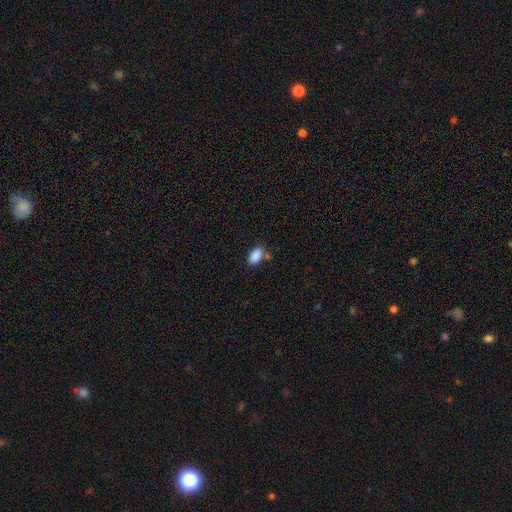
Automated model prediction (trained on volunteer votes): This is clearly a smooth galaxy (88%). How rounded: clearly in between (92%). Merging: likely none (66%).